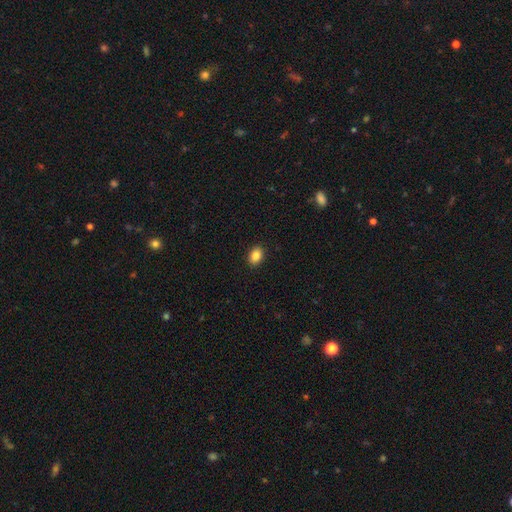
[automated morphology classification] Smooth or featured? Predicted: smooth (p=0.87). How rounded? Predicted: in between (p=0.72). Merging? Predicted: none (p=0.91).